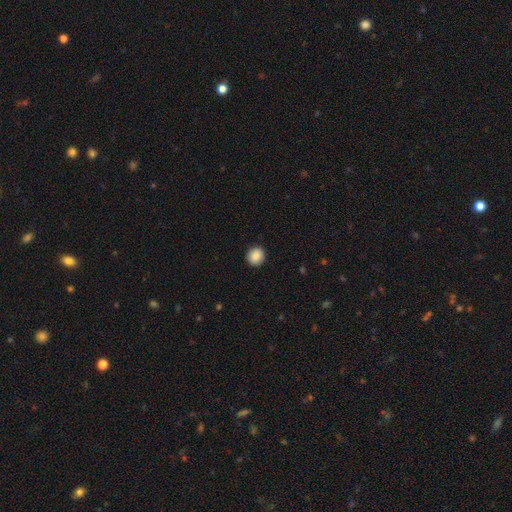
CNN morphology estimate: Smooth or featured? smooth (88%)
How rounded? round (93%)
Merging? none (92%)